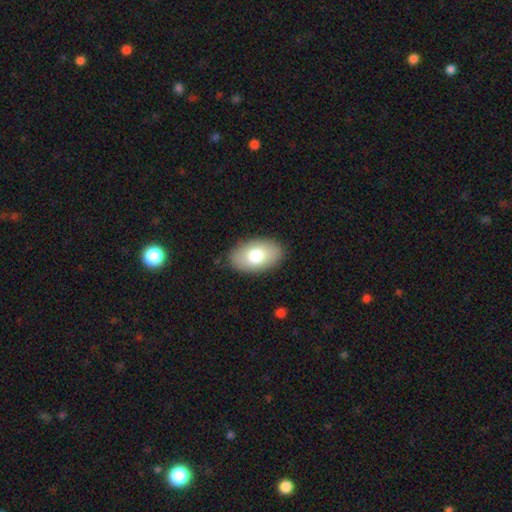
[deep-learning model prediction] A smooth galaxy with no disk features (76%) that is in between round and cigar-shaped (93%). Merging: none (87%).